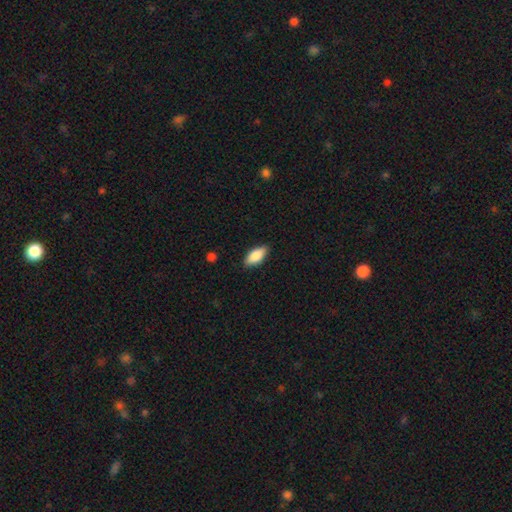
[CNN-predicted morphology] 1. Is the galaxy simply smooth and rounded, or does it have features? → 80% smooth, 13% featured or disk, 6% star or artifact.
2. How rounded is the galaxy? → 85% in between, 12% cigar-shaped, 2% round.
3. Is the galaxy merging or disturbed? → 86% none, 11% minor disturbance, 2% major disturbance, 1% merger.